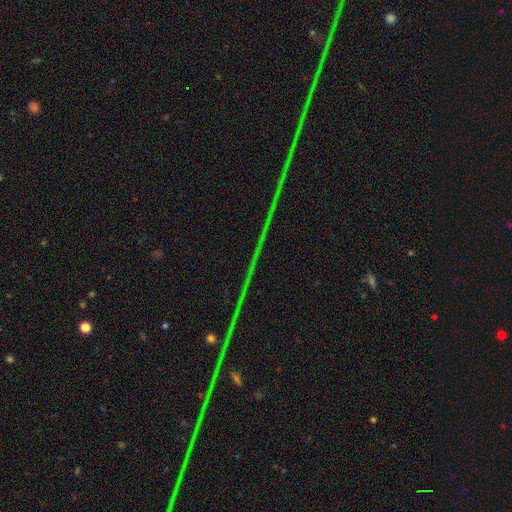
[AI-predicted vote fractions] This is clearly a star or artifact rather than a galaxy (85%).